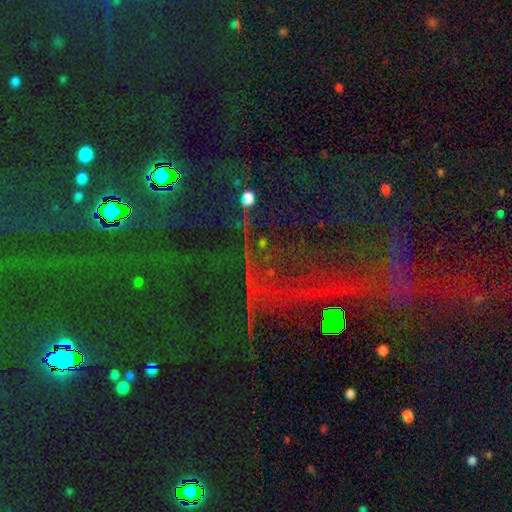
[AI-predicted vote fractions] A star or artifact, not a galaxy (84%).